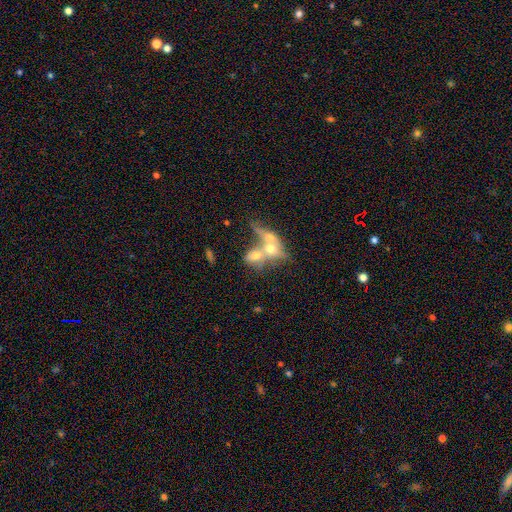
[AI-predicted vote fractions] A smooth galaxy with no disk features (52%) that is in between round and cigar-shaped (64%).

Vote fractions:
- Smooth or featured? smooth: 52% / featured or disk: 38% / star or artifact: 10%
- How rounded? in between: 64% / round: 30% / cigar-shaped: 6%
- Merging? merger: 78% / none: 10% / major disturbance: 7% / minor disturbance: 5%